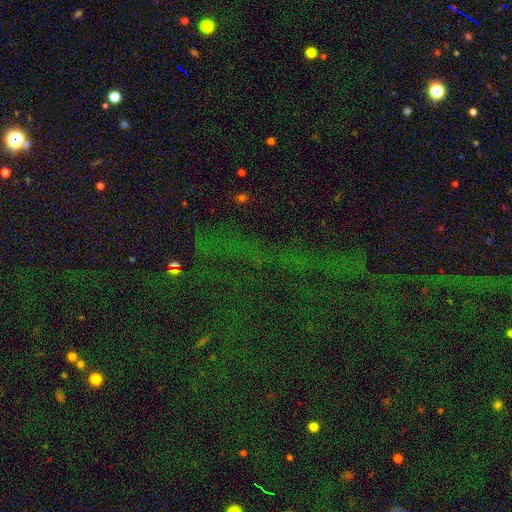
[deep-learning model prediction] star or artifact 81%, smooth 11%, featured or disk 8%.